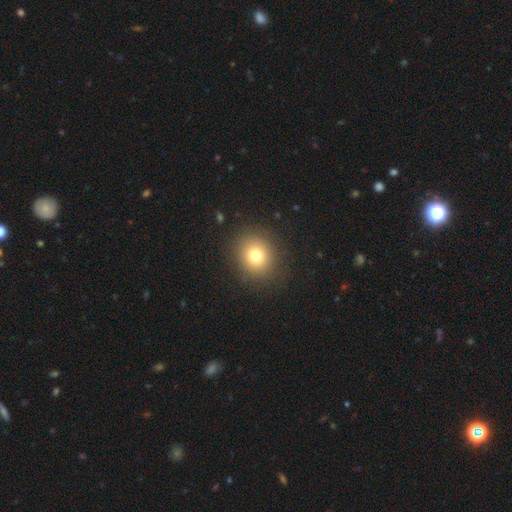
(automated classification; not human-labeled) smooth-or-featured: smooth: 76% | star or artifact: 13% | featured or disk: 11%
  how-rounded: round: 82% | in between: 17% | cigar-shaped: 1%
  merging: none: 89% | minor disturbance: 7% | major disturbance: 3% | merger: 1%